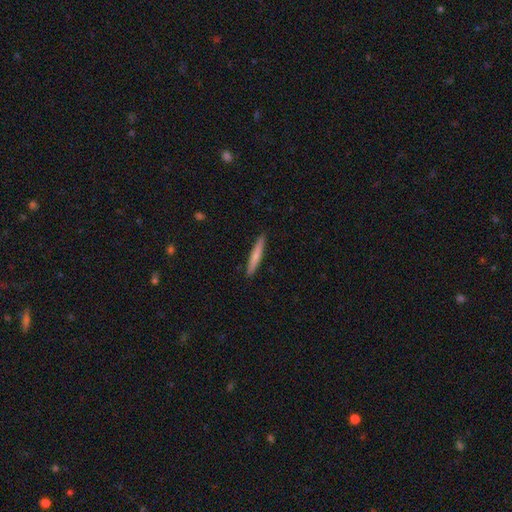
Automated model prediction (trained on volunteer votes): smooth 68%, featured or disk 27%, star or artifact 5%. Down the decision tree: how rounded — cigar-shaped (95%); merging — none (91%).